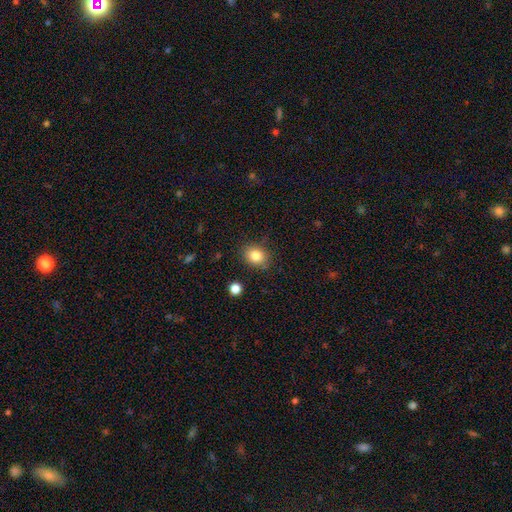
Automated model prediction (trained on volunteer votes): The model was most divided on "how rounded": round: 59%, in between: 41%, cigar-shaped: 1%. More confident: merging — none (84%); smooth or featured — smooth (83%).